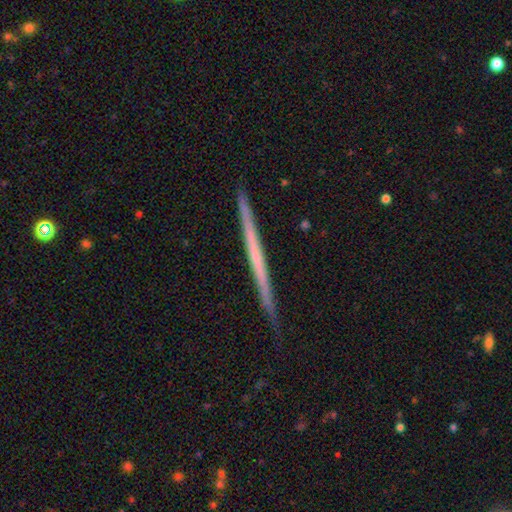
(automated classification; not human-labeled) smooth-or-featured: featured or disk: 62% | smooth: 32% | star or artifact: 5%
  disk-edge-on: yes: 98% | no: 2%
    edge-on-bulge: none: 89% | rounded: 8% | boxy: 3%
  merging: none: 89% | minor disturbance: 8% | major disturbance: 1% | merger: 1%